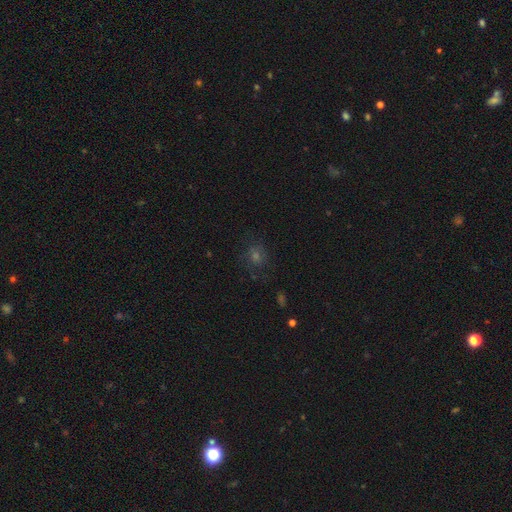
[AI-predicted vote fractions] Overall: smooth (42%; star or artifact 36%). Merging: none (78%).